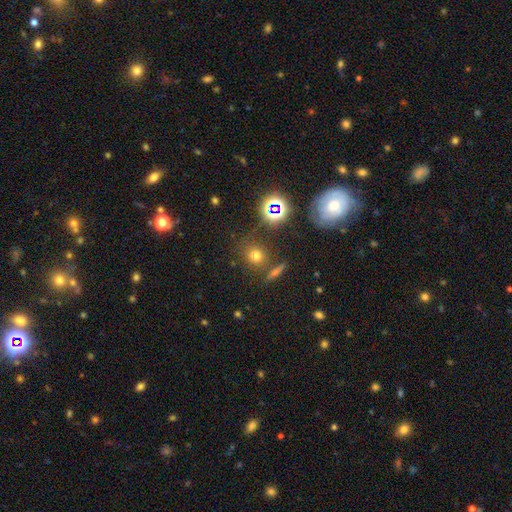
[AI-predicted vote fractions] The model was most divided on "smooth or featured": smooth: 65%, star or artifact: 25%, featured or disk: 10%. More confident: how rounded — round (84%); merging — none (78%).